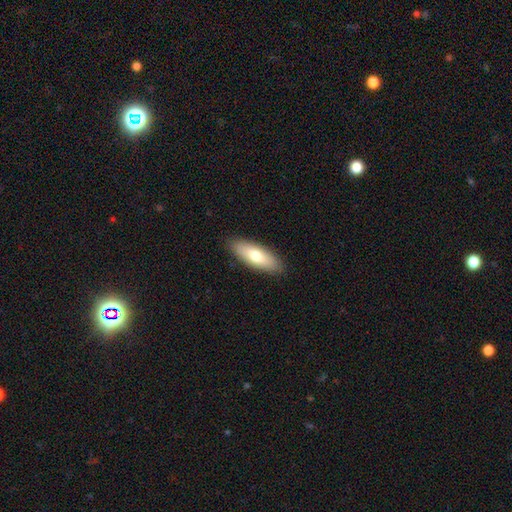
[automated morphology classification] A smooth galaxy with no disk features (72%) that is in between round and cigar-shaped (67%). Merging: none (89%).